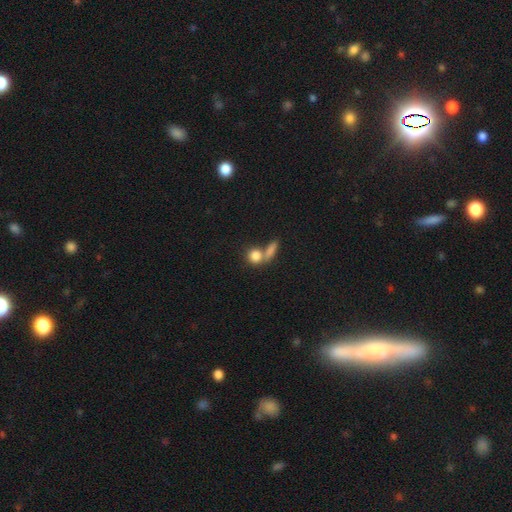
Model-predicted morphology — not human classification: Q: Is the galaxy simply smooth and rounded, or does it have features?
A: smooth — 82%.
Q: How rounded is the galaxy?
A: round — 68%.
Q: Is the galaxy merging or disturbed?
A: merger — 45%.